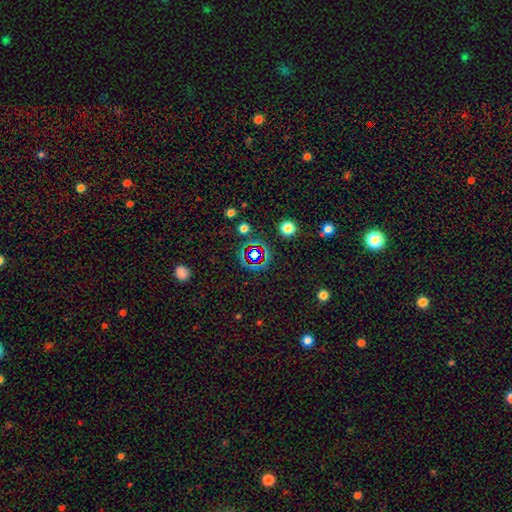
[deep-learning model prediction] star or artifact 67%, smooth 22%, featured or disk 11%.